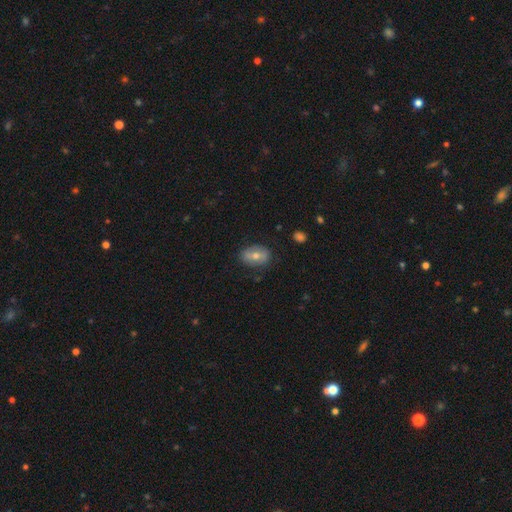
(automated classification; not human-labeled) A smooth galaxy with no disk features (54%) that is in between round and cigar-shaped (78%).

Vote fractions:
- Smooth or featured? smooth: 54% / featured or disk: 36% / star or artifact: 10%
- How rounded? in between: 78% / round: 21% / cigar-shaped: 2%
- Merging? none: 81% / minor disturbance: 14% / major disturbance: 4% / merger: 1%